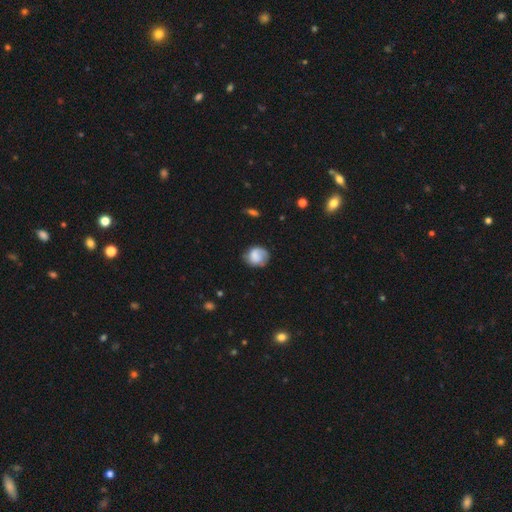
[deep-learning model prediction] This is likely a smooth galaxy (64%). How rounded: likely round (73%). Merging: likely none (63%).